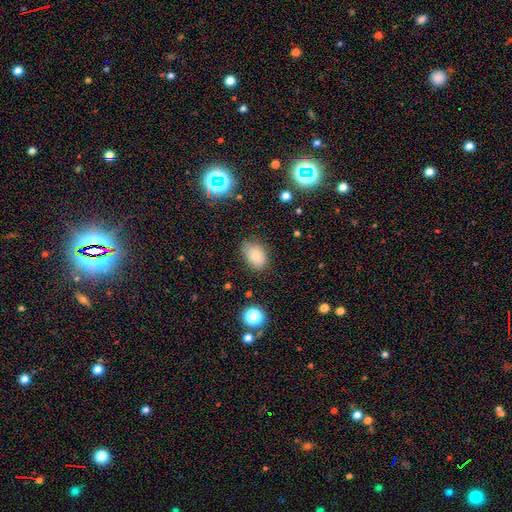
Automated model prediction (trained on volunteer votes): Morphology: type=smooth (77%); roundness=in between (82%); merging=none (76%).